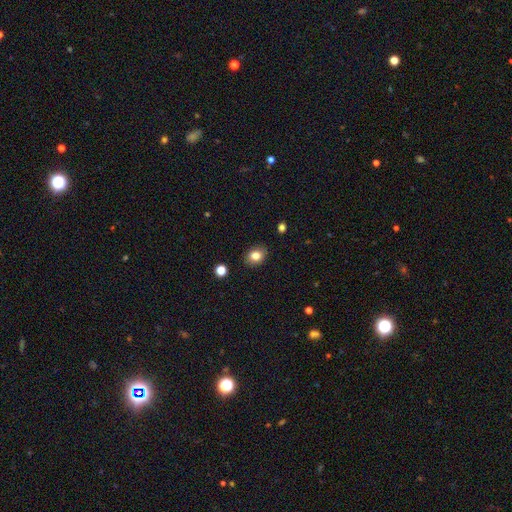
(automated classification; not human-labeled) smooth 81%, star or artifact 10%, featured or disk 8%. Down the decision tree: how rounded — in between (53%); merging — none (89%).